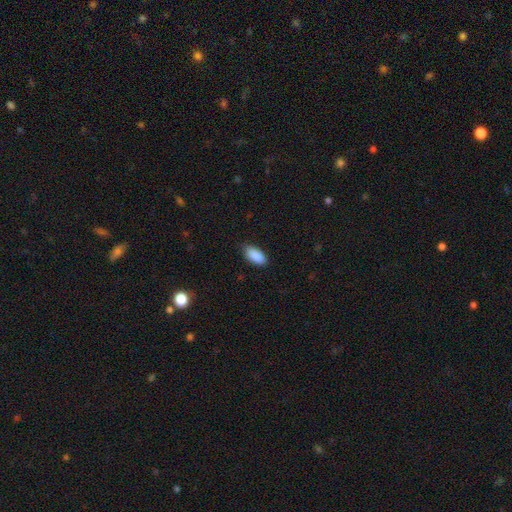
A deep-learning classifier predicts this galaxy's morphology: smooth 90%, star or artifact 7%, featured or disk 3%. Down the decision tree: how rounded — in between (91%); merging — none (83%).